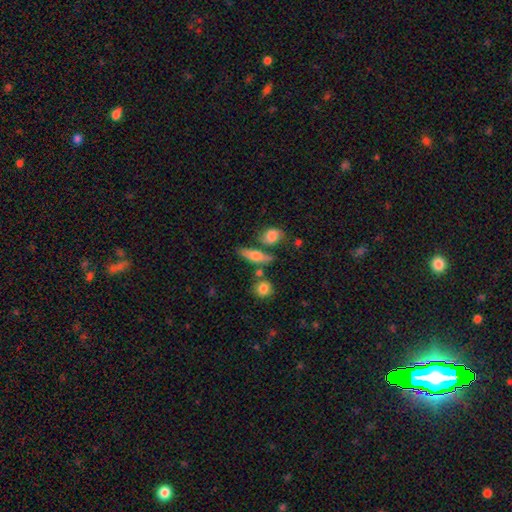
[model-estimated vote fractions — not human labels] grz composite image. It shows a smooth galaxy with no disk features (66%) that is cigar-shaped (47%). Merging: none (61%).